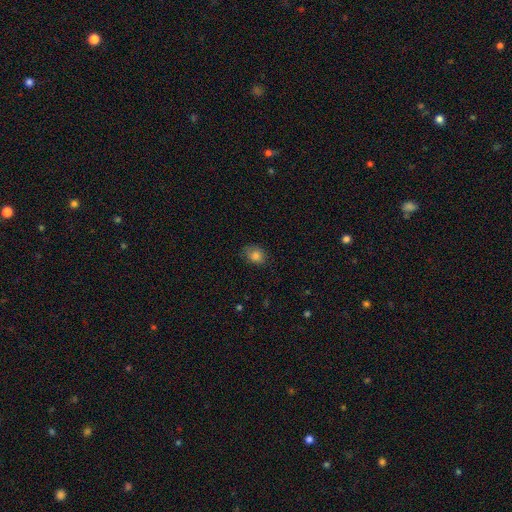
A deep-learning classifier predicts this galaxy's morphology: Smooth or featured? smooth (82%)
How rounded? in between (58%)
Merging? none (73%)